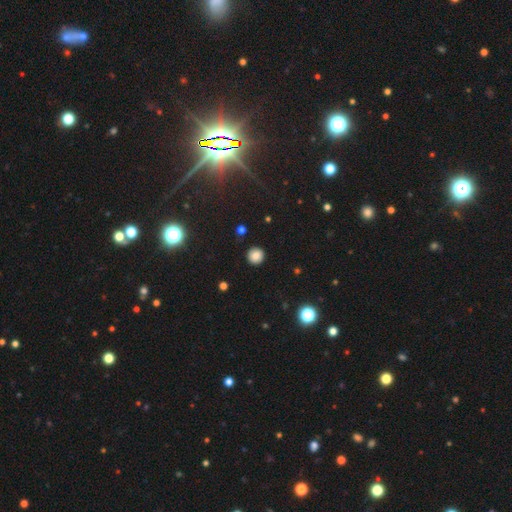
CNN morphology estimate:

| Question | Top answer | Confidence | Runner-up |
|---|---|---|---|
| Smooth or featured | smooth | 81% | star or artifact (13%) |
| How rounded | round | 94% | in between (5%) |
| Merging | none | 90% | minor disturbance (7%) |